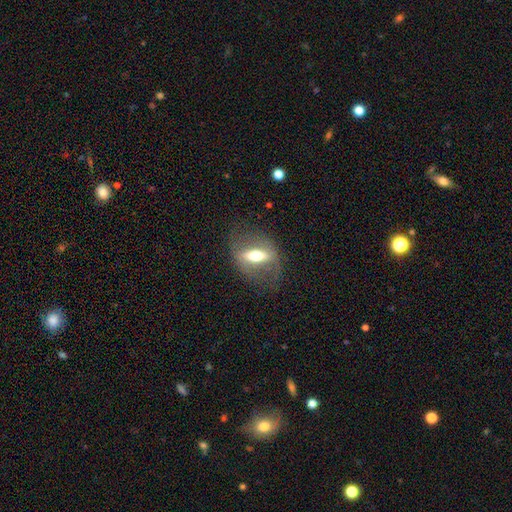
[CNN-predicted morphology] A featured or disk galaxy (65%).

Vote fractions:
- Smooth or featured? featured or disk: 65% / smooth: 28% / star or artifact: 7%
- Edge-on disk? no: 59% / yes: 41%
- Merging? none: 70% / minor disturbance: 15% / major disturbance: 14% / merger: 1%